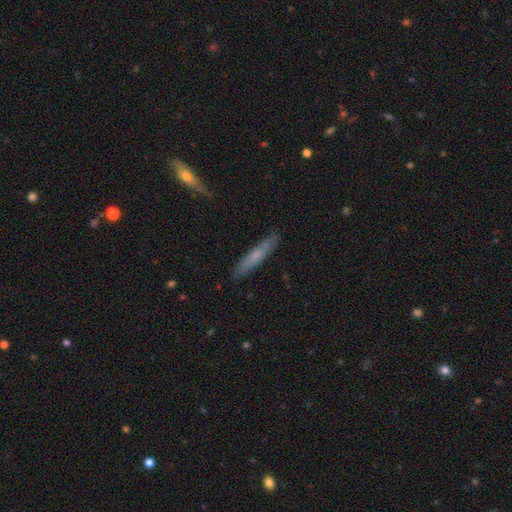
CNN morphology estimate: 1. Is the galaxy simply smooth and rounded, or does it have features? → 62% smooth, 32% featured or disk, 6% star or artifact.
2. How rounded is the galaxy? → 91% cigar-shaped, 7% in between, 1% round.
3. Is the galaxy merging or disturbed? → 86% none, 11% minor disturbance, 2% major disturbance, 1% merger.